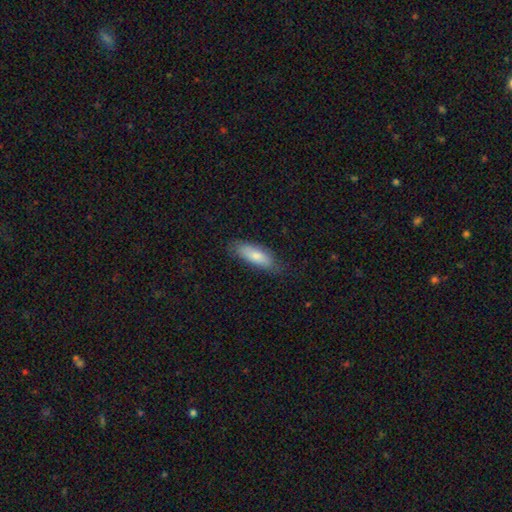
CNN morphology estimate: Smooth or featured? smooth (78%)
How rounded? in between (58%)
Merging? none (76%)